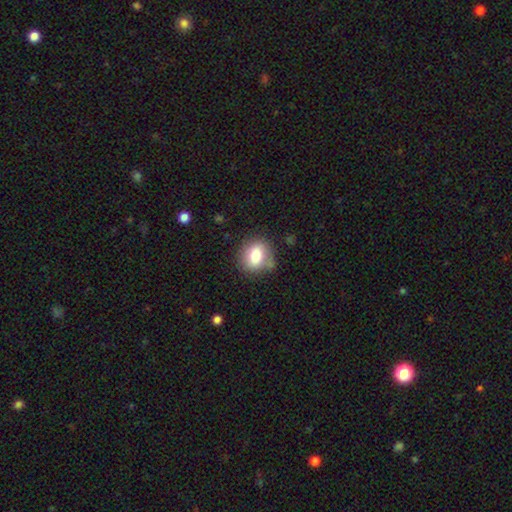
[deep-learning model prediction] A smooth galaxy with no disk features (77%) that is round (56%). Merging: none (71%).